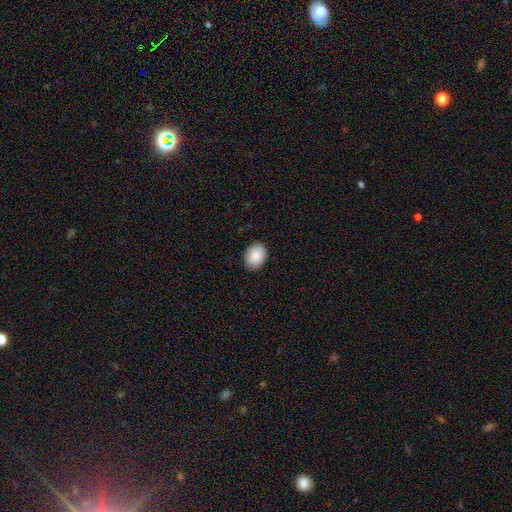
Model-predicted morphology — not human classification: Overall: smooth (89%). How rounded: in between (67%; round 32%). Merging: none (88%).